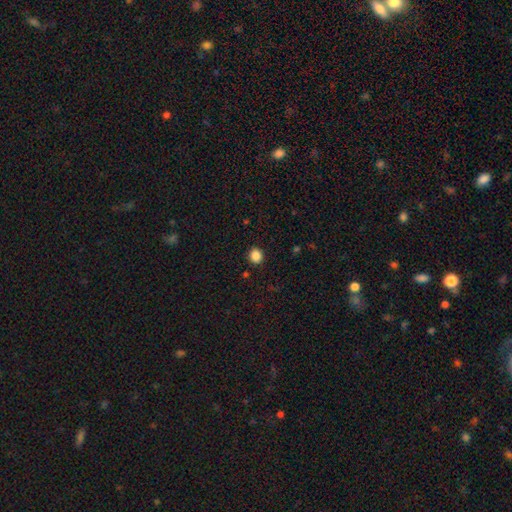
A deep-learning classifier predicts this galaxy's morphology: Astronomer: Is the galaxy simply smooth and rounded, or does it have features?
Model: smooth — 86%.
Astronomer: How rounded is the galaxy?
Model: round — 82%.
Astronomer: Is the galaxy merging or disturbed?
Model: none — 91%.